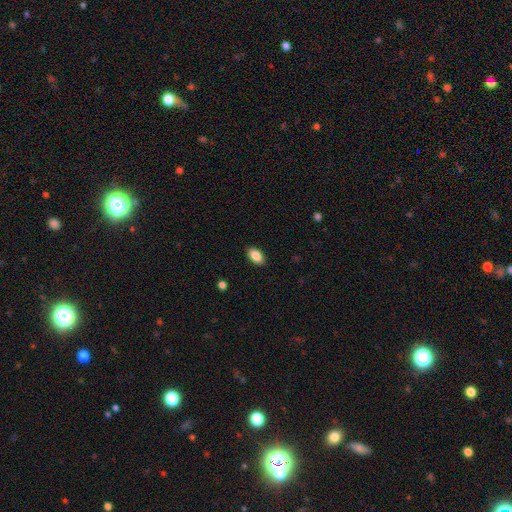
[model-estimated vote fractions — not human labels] Smooth or featured? smooth (88%)
How rounded? in between (93%)
Merging? none (89%)